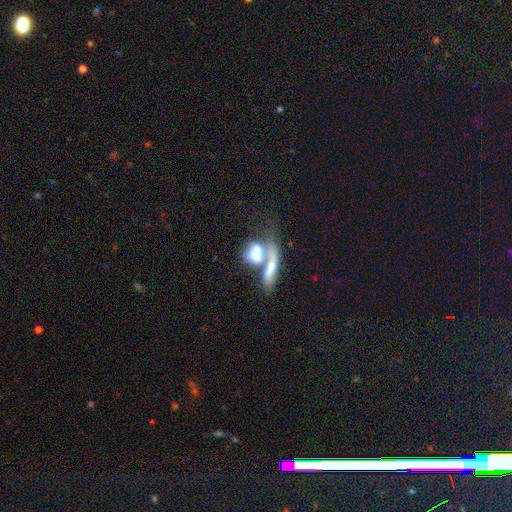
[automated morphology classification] This is possibly a smooth galaxy (56%). How rounded: possibly in between (58%). Merging: likely merger (67%).